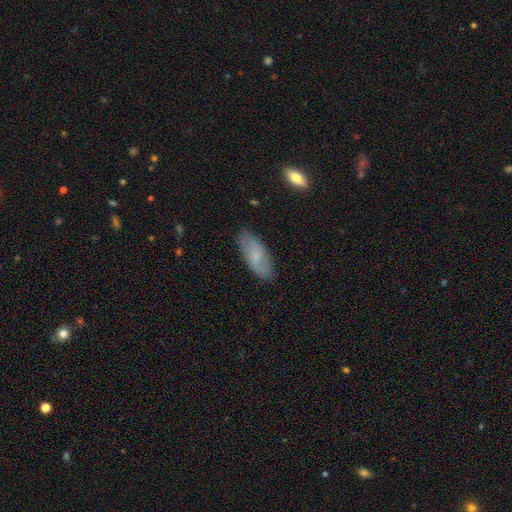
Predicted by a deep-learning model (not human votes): Smooth or featured? Predicted: smooth (p=0.58). How rounded? Predicted: in between (p=0.84). Merging? Predicted: none (p=0.81).